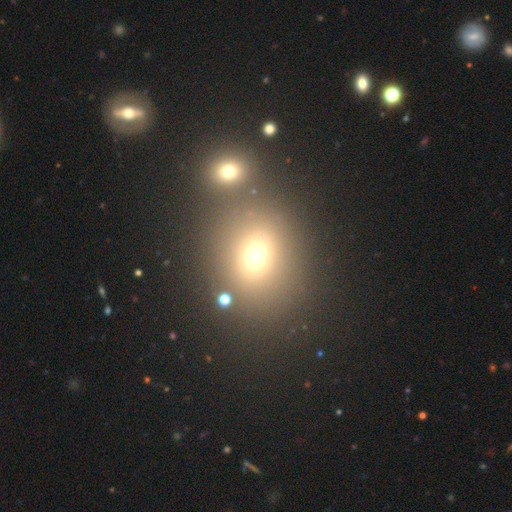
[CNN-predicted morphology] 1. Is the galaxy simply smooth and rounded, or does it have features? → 62% smooth, 26% star or artifact, 12% featured or disk.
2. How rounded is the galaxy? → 67% round, 32% in between, 1% cigar-shaped.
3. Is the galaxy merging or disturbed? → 68% none, 18% merger, 9% minor disturbance, 4% major disturbance.